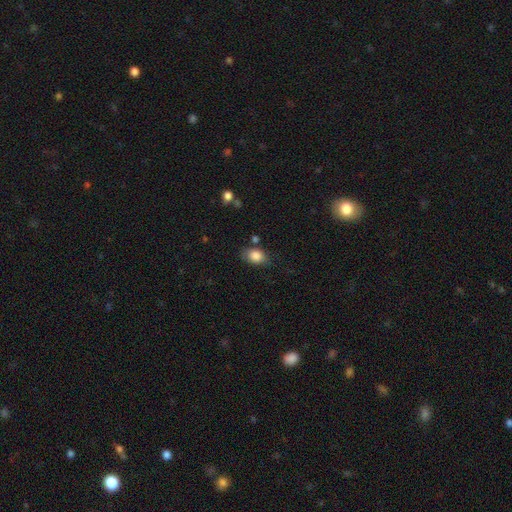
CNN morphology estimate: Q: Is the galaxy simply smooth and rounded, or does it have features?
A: smooth — 85%.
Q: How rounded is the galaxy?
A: in between — 77%.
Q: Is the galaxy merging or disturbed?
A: none — 71%.